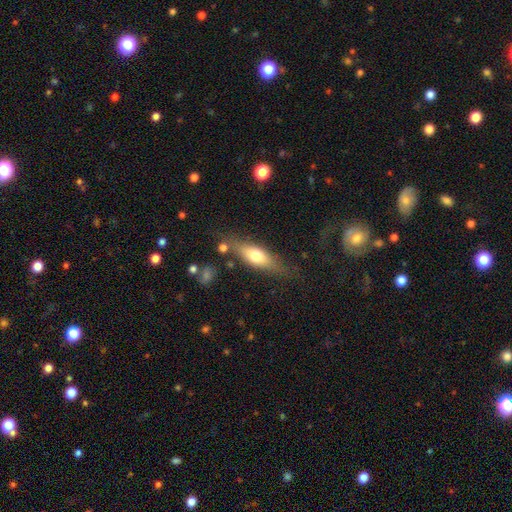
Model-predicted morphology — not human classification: smooth 60%, featured or disk 34%, star or artifact 7%. Down the decision tree: how rounded — in between (54%); merging — none (69%).